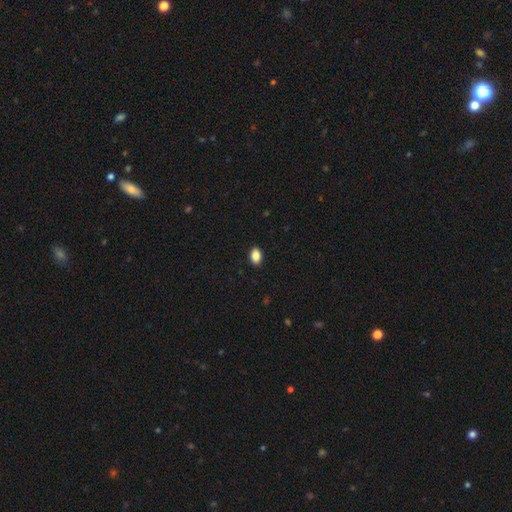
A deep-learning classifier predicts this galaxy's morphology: smooth 88%, star or artifact 8%, featured or disk 4%. Down the decision tree: how rounded — in between (83%); merging — none (91%).